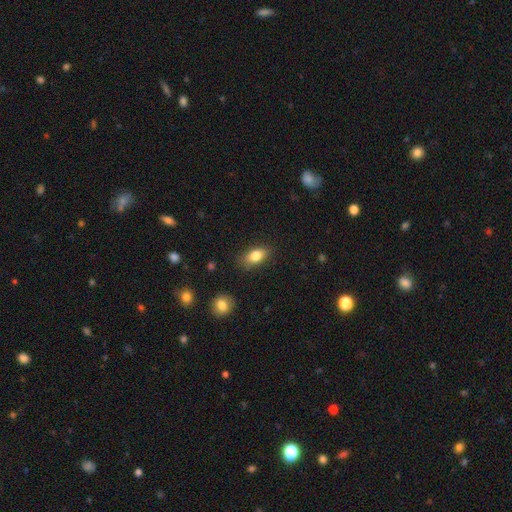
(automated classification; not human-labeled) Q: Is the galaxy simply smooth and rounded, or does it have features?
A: smooth — 82%.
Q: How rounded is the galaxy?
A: in between — 86%.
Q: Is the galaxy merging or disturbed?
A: none — 81%.